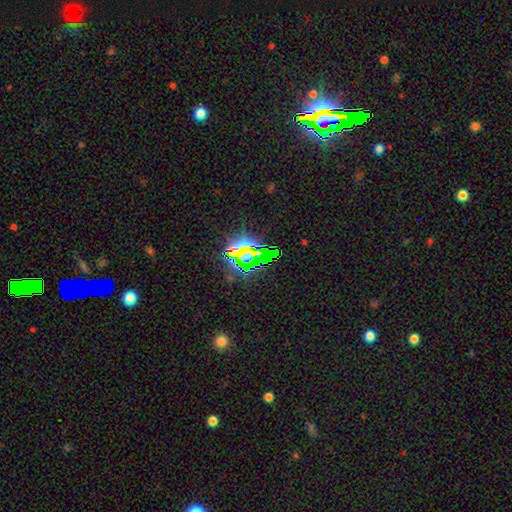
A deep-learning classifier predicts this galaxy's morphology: This appears to be a star or artifact, not a galaxy (75%).